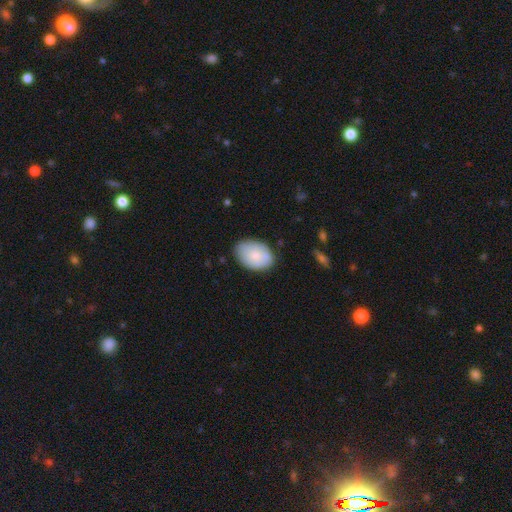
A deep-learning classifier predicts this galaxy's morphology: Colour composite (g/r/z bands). It shows a smooth galaxy with no disk features (77%) that is in between round and cigar-shaped (85%). Merging: none (78%).